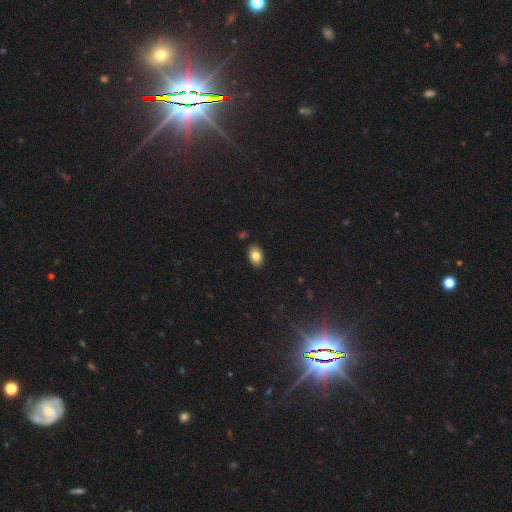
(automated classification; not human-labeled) Smooth or featured: smooth — 81% (featured or disk — 10%)
How rounded: in between — 88% (round — 11%)
Merging: none — 88% (minor disturbance — 9%)